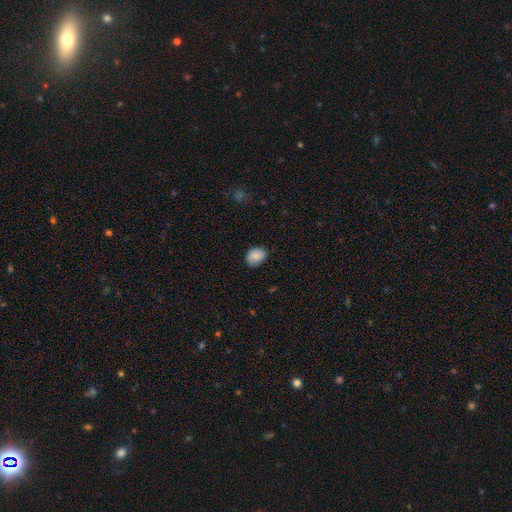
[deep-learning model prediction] A smooth galaxy with no disk features (85%) that is in between round and cigar-shaped (63%). Merging: none (72%).